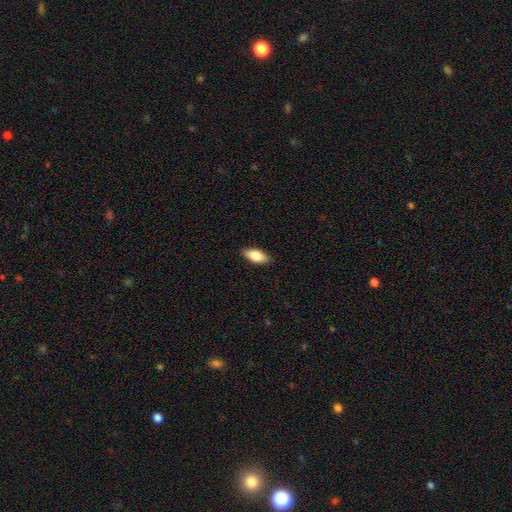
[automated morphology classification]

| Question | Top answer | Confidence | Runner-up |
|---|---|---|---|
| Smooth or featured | smooth | 79% | featured or disk (15%) |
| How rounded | in between | 84% | cigar-shaped (14%) |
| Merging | none | 89% | minor disturbance (9%) |